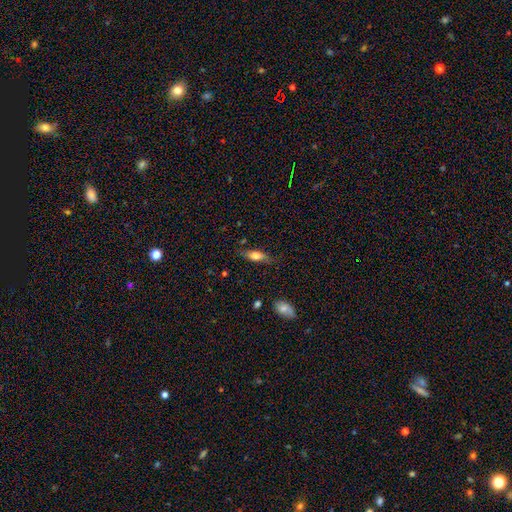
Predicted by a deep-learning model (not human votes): Smooth or featured: smooth — 65% (featured or disk — 29%)
How rounded: in between — 57% (cigar-shaped — 40%)
Merging: none — 74% (minor disturbance — 20%)